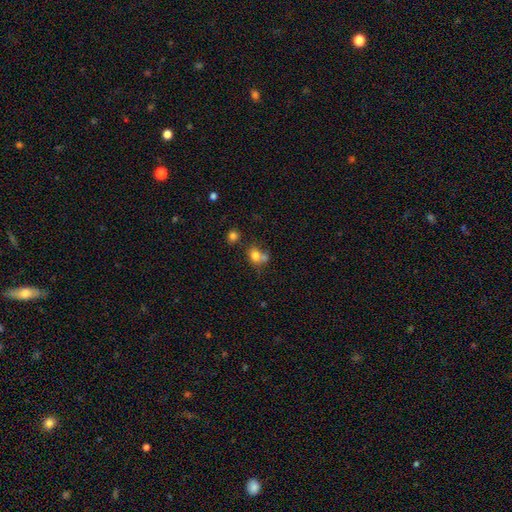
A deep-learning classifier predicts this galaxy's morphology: Smooth or featured: smooth — 75% (featured or disk — 13%)
How rounded: round — 56% (in between — 43%)
Merging: merger — 46% (none — 37%)